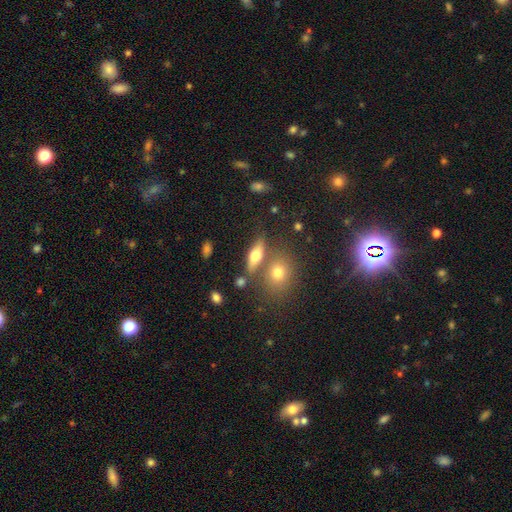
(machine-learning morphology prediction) Smooth or featured? smooth (61%)
How rounded? in between (60%)
Merging? none (61%)